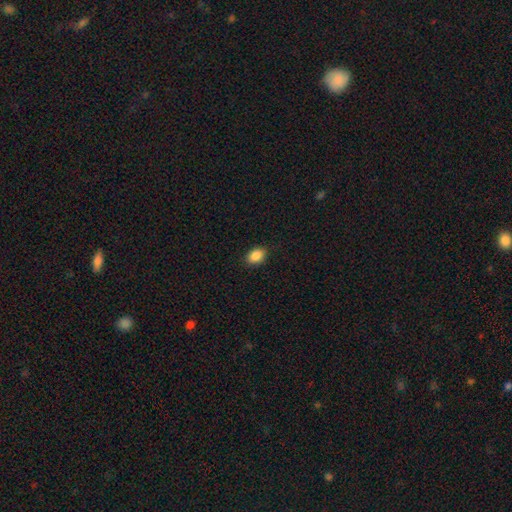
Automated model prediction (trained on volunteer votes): smooth-or-featured: smooth: 88% | star or artifact: 9% | featured or disk: 4%
  how-rounded: in between: 75% | round: 24% | cigar-shaped: 1%
  merging: none: 88% | minor disturbance: 9% | major disturbance: 2% | merger: 1%